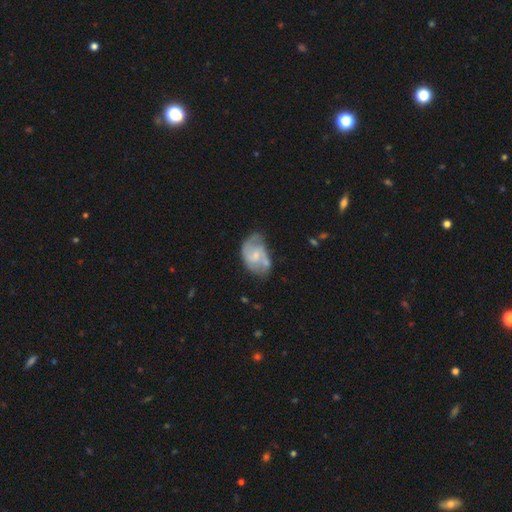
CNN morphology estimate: The model was most divided on "bar": no: 50%, weak: 43%, strong: 7%. Remaining: edge-on disk — no (97%); spiral arms — yes (76%); smooth or featured — featured or disk (63%); bulge size — small (50%); merging — none (42%).